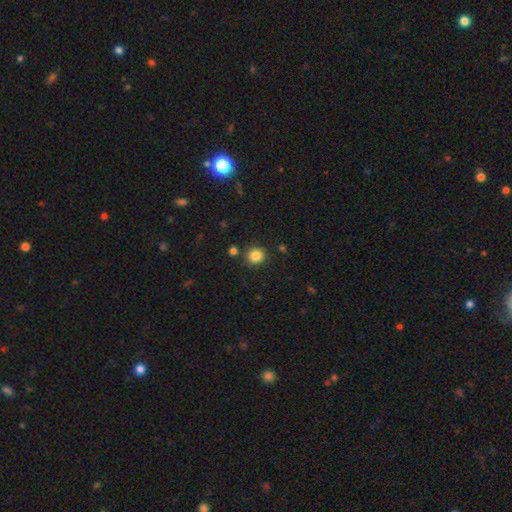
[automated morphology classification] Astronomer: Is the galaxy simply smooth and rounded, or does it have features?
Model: smooth — 85%.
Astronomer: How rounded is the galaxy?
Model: round — 86%.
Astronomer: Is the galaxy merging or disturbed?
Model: none — 87%.